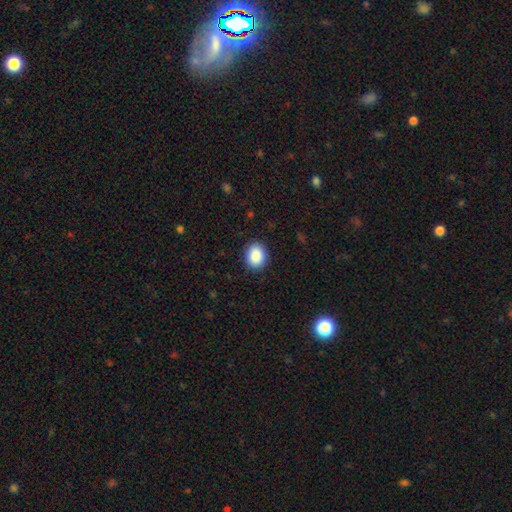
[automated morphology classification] smooth-or-featured: smooth: 89% | star or artifact: 8% | featured or disk: 4%
  how-rounded: round: 56% | in between: 43% | cigar-shaped: 1%
  merging: none: 89% | minor disturbance: 8% | major disturbance: 2% | merger: 1%